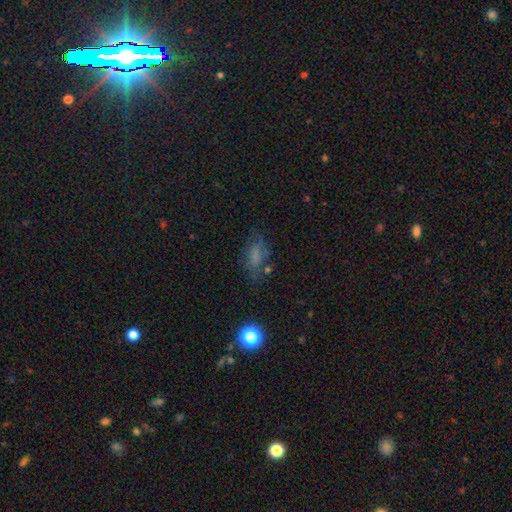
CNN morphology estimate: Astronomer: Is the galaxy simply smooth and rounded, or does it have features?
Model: smooth — 56%.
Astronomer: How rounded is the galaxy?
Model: in between — 76%.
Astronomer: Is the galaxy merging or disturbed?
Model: none — 56%.